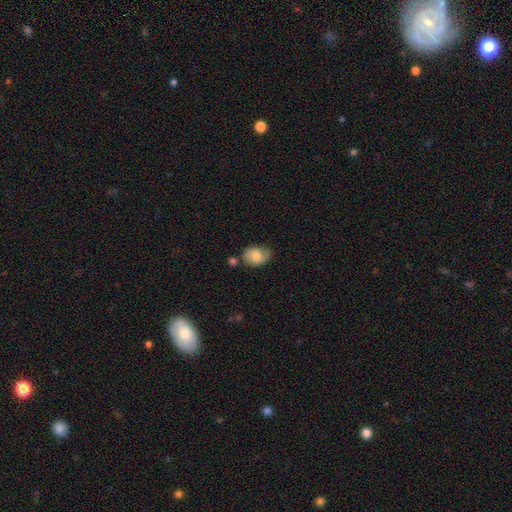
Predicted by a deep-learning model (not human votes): smooth_or_featured: smooth (p=0.74) [alt: featured or disk p=0.19]
how_rounded: in between (p=0.74) [alt: round p=0.25]
merging: none (p=0.68) [alt: minor disturbance p=0.20]